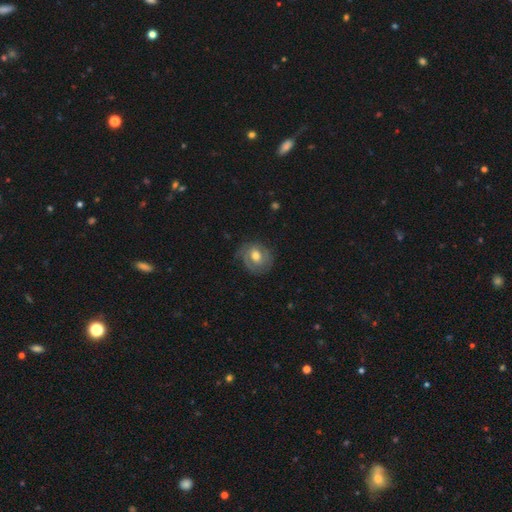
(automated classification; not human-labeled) Overall: featured or disk (62%; smooth 31%). Edge-on disk: no (97%). Bar: no (60%; weak 32%). Spiral arms: yes (76%). Bulge size: moderate (65%). Merging: none (72%).